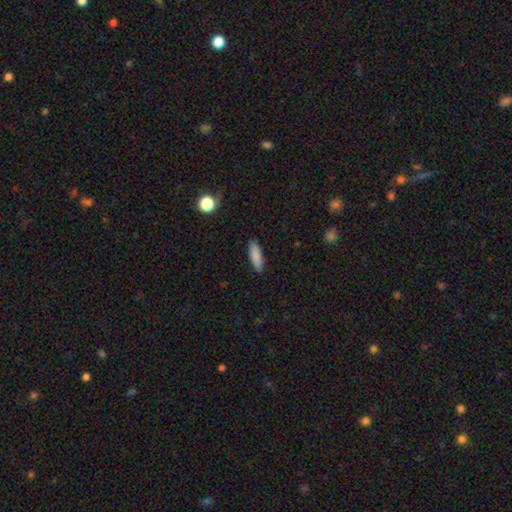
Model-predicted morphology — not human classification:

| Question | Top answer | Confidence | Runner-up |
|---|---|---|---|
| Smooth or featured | smooth | 86% | featured or disk (7%) |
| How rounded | cigar-shaped | 53% | in between (45%) |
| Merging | none | 89% | minor disturbance (8%) |